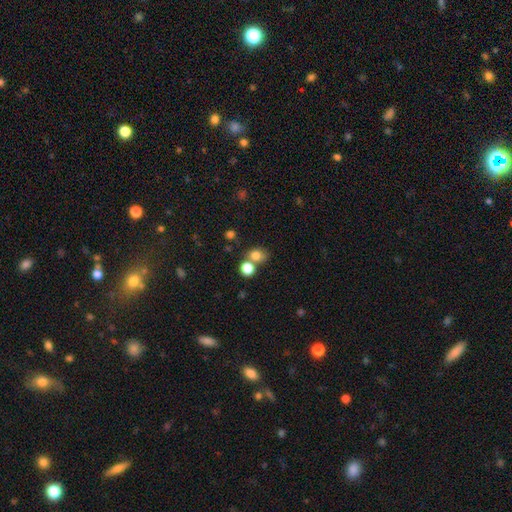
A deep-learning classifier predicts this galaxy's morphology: This is likely a smooth galaxy (79%). How rounded: likely round (64%). Merging: possibly none (54%).